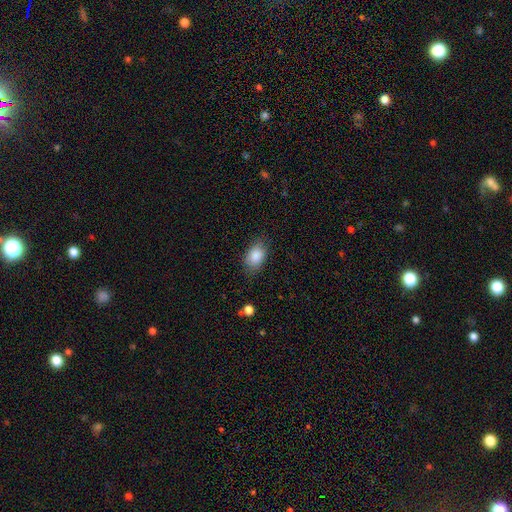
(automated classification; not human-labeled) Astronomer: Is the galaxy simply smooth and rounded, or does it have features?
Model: smooth — 86%.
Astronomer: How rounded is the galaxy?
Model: in between — 86%.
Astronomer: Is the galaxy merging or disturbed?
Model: none — 77%.